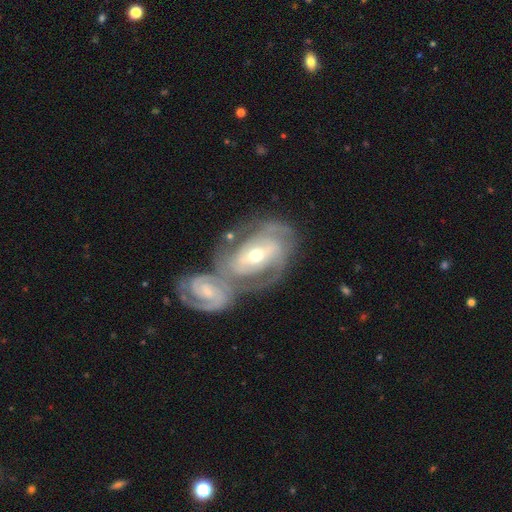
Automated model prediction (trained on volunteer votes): Smooth or featured: featured or disk — 85% (smooth — 10%)
Edge-on disk: no — 95% (yes — 5%)
Bar: weak — 40% (no — 31%)
Spiral arms: yes — 94% (no — 6%)
Spiral winding: tight — 62% (medium — 31%)
Spiral arm count: 2 — 46% (can't tell — 24%)
Bulge size: moderate — 61% (small — 34%)
Merging: merger — 57% (none — 28%)